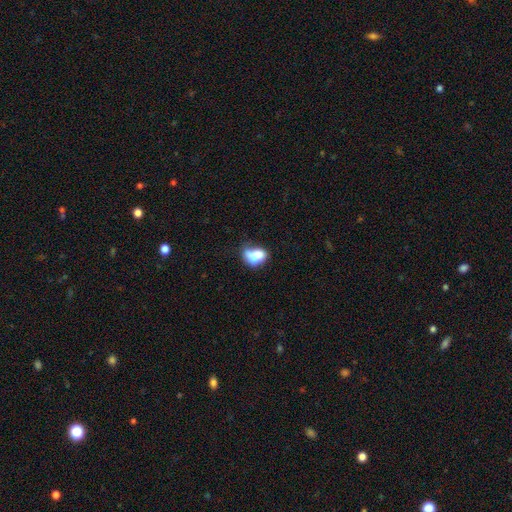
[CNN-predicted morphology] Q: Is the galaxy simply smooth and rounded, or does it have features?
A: smooth — 69%.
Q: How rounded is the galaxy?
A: in between — 76%.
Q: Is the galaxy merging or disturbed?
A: merger — 36%.